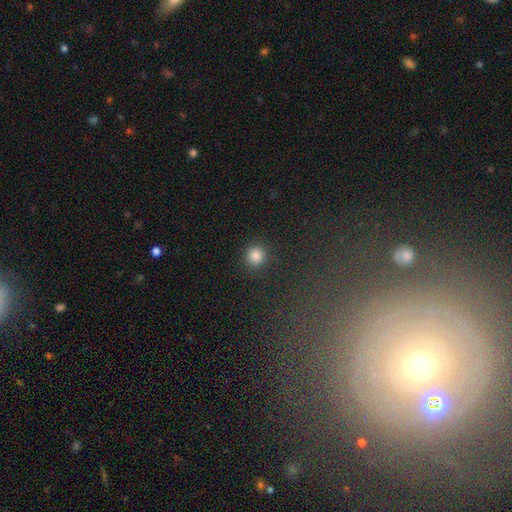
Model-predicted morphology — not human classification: A smooth galaxy with no disk features (85%) that is round (93%).

Vote fractions:
- Smooth or featured? smooth: 85% / star or artifact: 11% / featured or disk: 4%
- How rounded? round: 93% / in between: 6% / cigar-shaped: 1%
- Merging? none: 89% / minor disturbance: 7% / major disturbance: 3% / merger: 2%